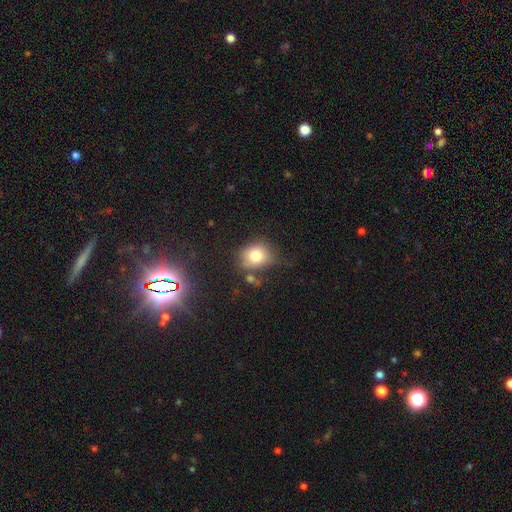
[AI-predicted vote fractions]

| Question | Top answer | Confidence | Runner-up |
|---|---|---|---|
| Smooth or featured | smooth | 77% | featured or disk (12%) |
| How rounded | round | 66% | in between (33%) |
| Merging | none | 61% | minor disturbance (23%) |